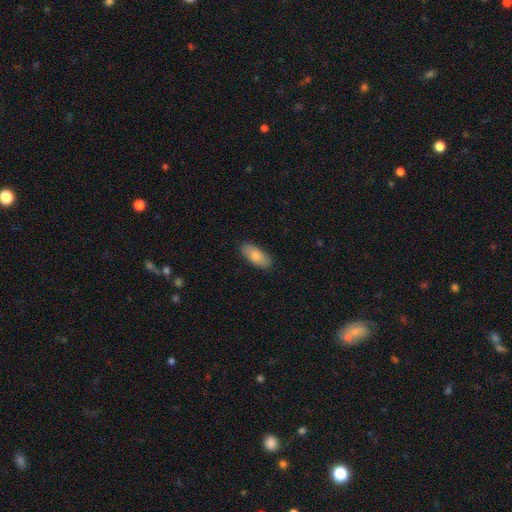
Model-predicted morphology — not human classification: Smooth or featured? Predicted: smooth (p=0.80). How rounded? Predicted: in between (p=0.87). Merging? Predicted: none (p=0.87).